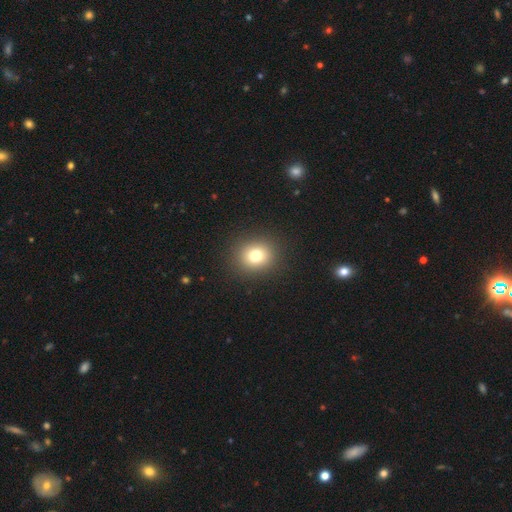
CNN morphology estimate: Smooth or featured? smooth (77%)
How rounded? round (78%)
Merging? none (91%)